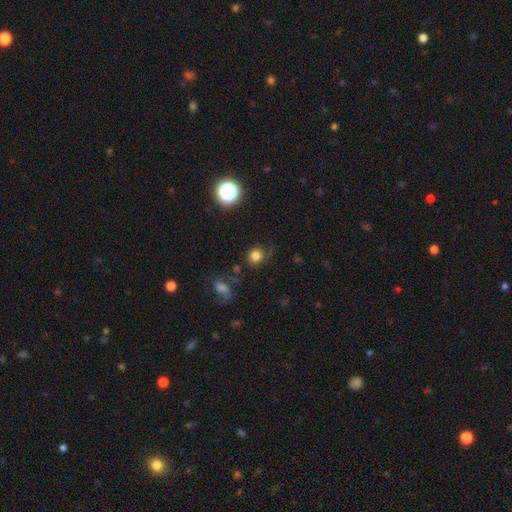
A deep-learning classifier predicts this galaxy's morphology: A smooth galaxy with no disk features (78%) that is round (85%). Merging: none (73%).